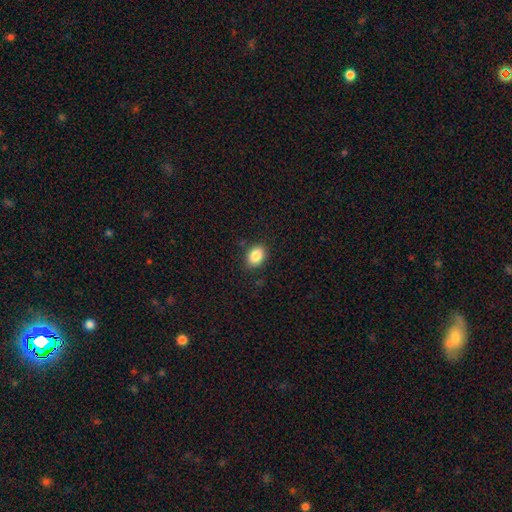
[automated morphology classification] smooth_or_featured: smooth (p=0.86) [alt: star or artifact p=0.09]
how_rounded: in between (p=0.68) [alt: round p=0.31]
merging: none (p=0.87) [alt: minor disturbance p=0.09]